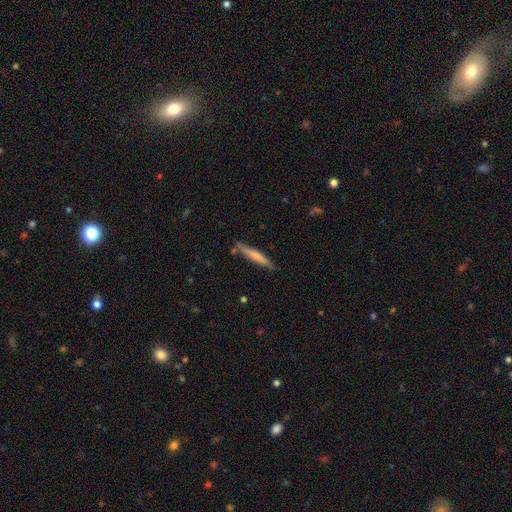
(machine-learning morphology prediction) This is likely a smooth galaxy (62%). How rounded: clearly cigar-shaped (93%). Merging: likely none (80%).